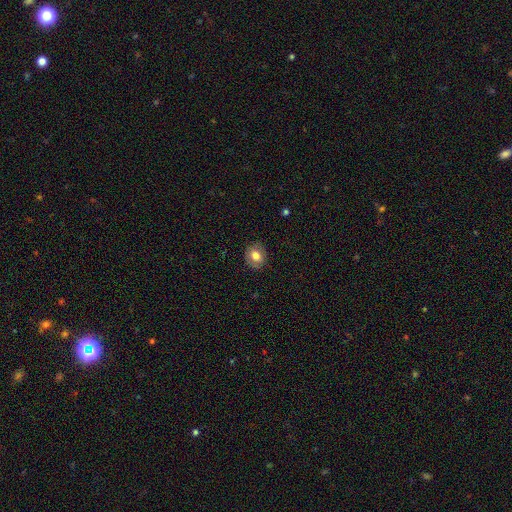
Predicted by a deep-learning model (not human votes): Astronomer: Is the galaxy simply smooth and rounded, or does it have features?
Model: smooth — 74%.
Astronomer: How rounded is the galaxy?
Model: round — 58% (runner-up: in between, 41%).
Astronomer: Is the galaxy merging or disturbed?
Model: none — 84%.